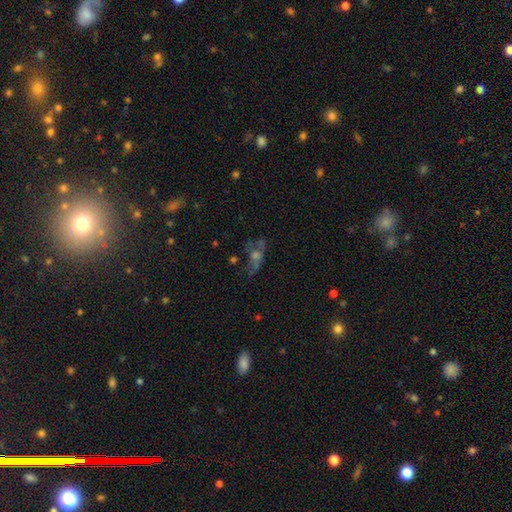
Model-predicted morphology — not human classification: Q: Smooth or featured?
A: featured or disk (43%); runner-up: star or artifact (30%)
Q: Merging?
A: none (47%); runner-up: major disturbance (28%)